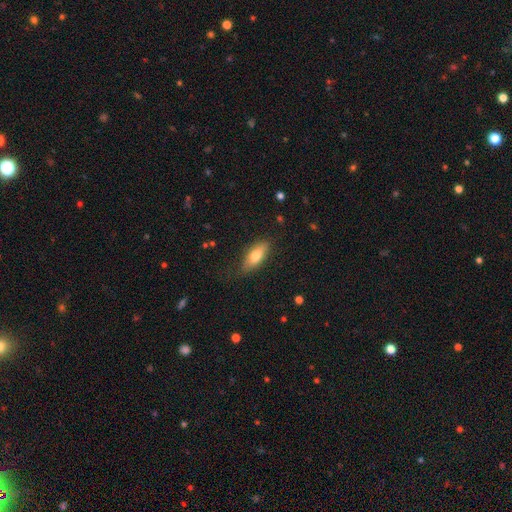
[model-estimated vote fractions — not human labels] Smooth or featured? Predicted: smooth (p=0.73). How rounded? Predicted: in between (p=0.73). Merging? Predicted: none (p=0.77).